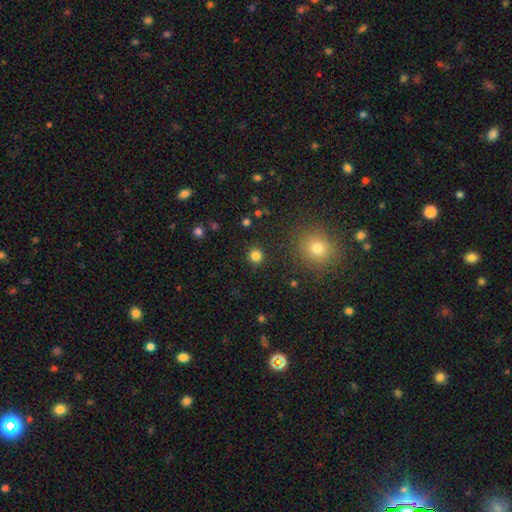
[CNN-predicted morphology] Smooth or featured: smooth — 82% (star or artifact — 14%)
How rounded: round — 90% (in between — 9%)
Merging: none — 91% (minor disturbance — 6%)